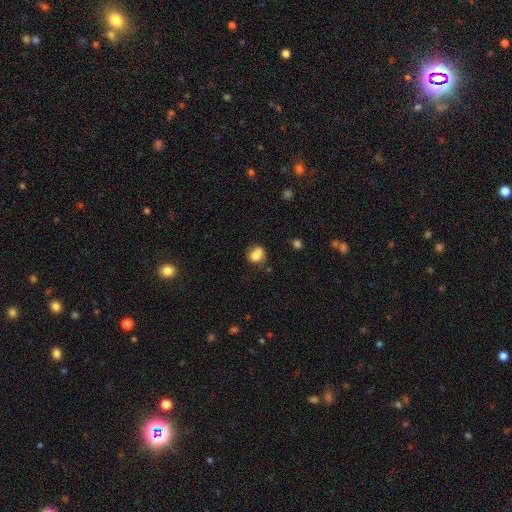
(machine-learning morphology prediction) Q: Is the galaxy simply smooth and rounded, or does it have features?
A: smooth — 76%.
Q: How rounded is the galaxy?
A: round — 66%.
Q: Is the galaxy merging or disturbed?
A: none — 47%.